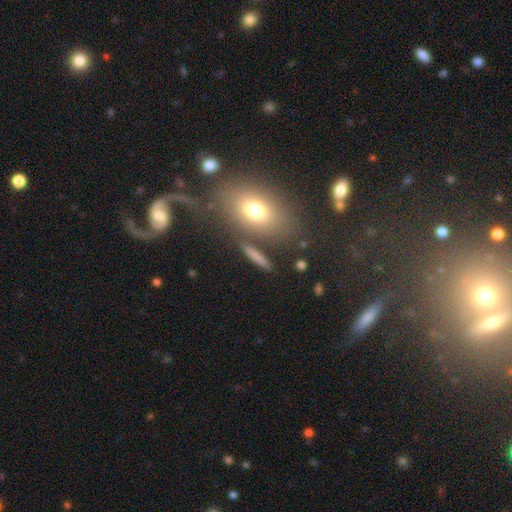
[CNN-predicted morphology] The model was most divided on "how rounded": cigar-shaped: 68%, in between: 22%, round: 10%. More confident: merging — none (78%); smooth or featured — smooth (70%).